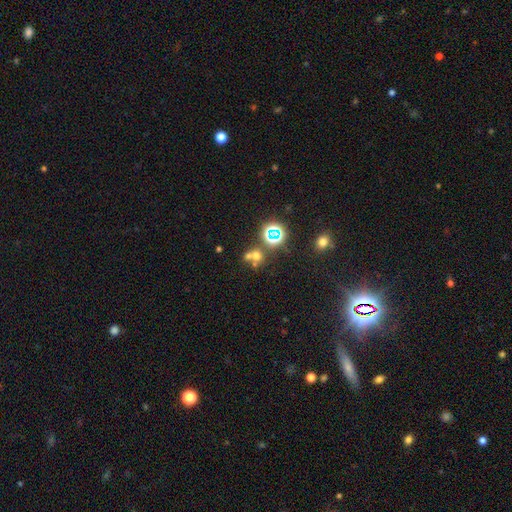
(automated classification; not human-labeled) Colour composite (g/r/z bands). It shows a smooth galaxy with no disk features (52%) that is round (79%). Merging: merger (44%, tied with none).